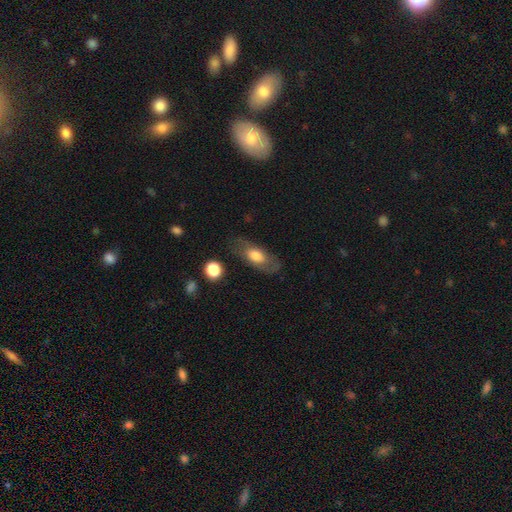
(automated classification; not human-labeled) Smooth or featured: smooth — 59% (featured or disk — 34%)
How rounded: in between — 81% (cigar-shaped — 13%)
Merging: none — 71% (minor disturbance — 19%)